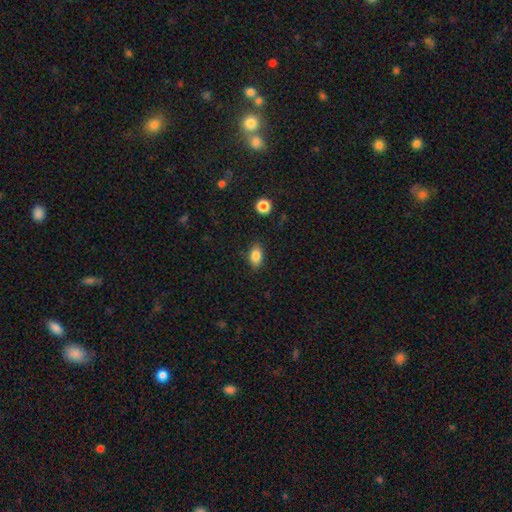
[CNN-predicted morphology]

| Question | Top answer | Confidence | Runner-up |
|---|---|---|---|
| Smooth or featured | smooth | 84% | star or artifact (9%) |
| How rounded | in between | 85% | round (12%) |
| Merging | none | 85% | minor disturbance (11%) |